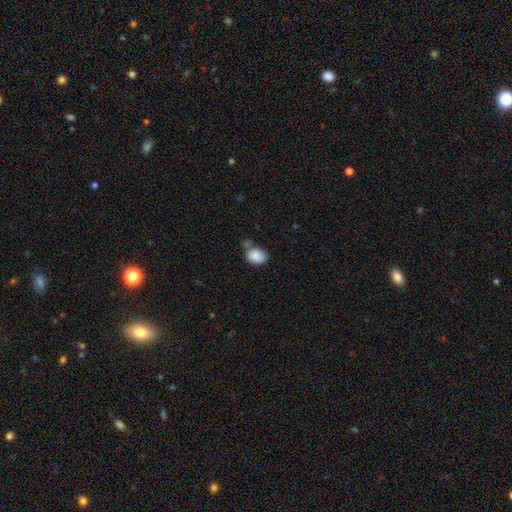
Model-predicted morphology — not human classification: smooth-or-featured: smooth: 86% | star or artifact: 7% | featured or disk: 6%
  how-rounded: in between: 73% | round: 25% | cigar-shaped: 1%
  merging: none: 44% | minor disturbance: 27% | merger: 20% | major disturbance: 9%